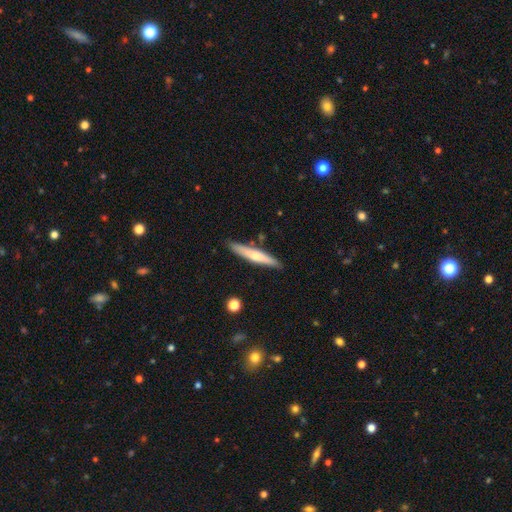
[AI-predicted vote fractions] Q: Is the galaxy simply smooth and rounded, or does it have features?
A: smooth — 55%.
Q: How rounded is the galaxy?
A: cigar-shaped — 91%.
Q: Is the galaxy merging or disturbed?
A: none — 85%.